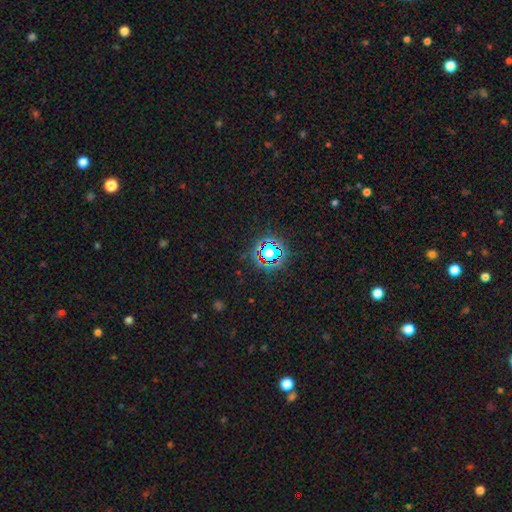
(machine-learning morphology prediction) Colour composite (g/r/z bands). It shows a star or artifact, not a galaxy (78%).